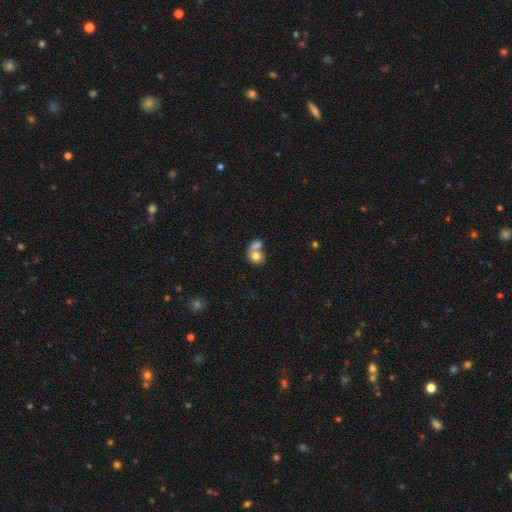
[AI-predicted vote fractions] Smooth or featured? smooth (74%)
How rounded? round (65%)
Merging? merger (66%)